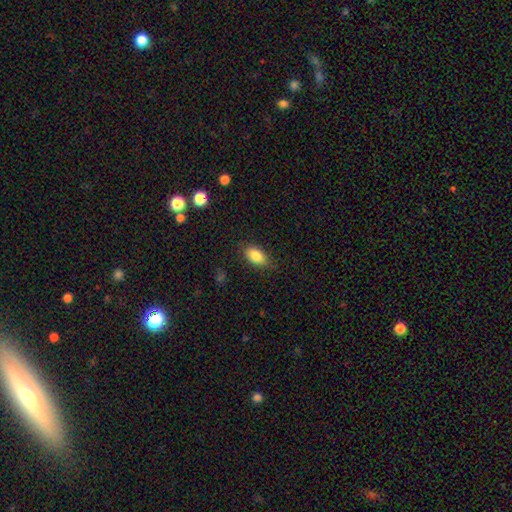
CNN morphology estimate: Overall: smooth (85%). How rounded: in between (89%). Merging: none (81%).